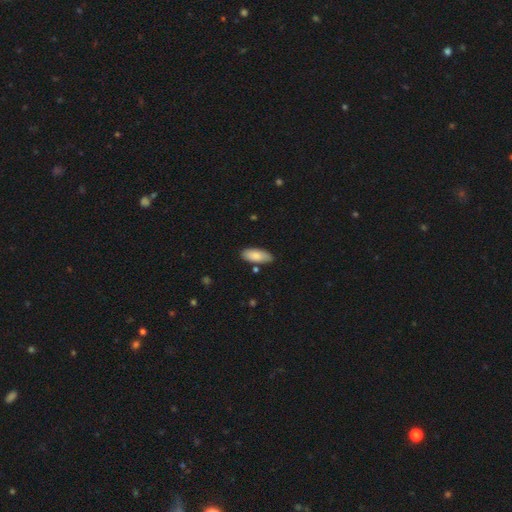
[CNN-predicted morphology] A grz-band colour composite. It shows a smooth galaxy with no disk features (86%) that is in between round and cigar-shaped (84%). Merging: none (82%).